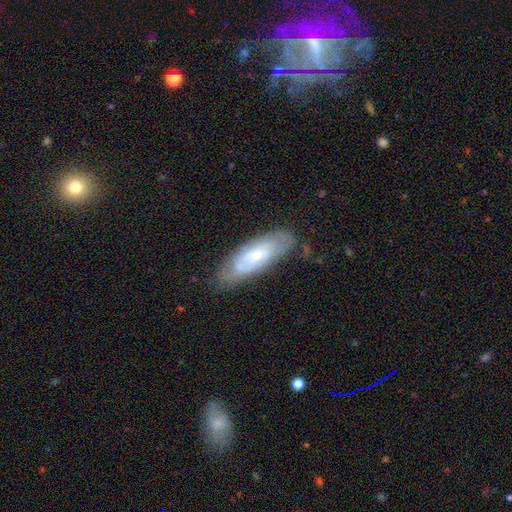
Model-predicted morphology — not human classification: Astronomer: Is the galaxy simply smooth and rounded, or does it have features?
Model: featured or disk — 57% (runner-up: smooth, 36%).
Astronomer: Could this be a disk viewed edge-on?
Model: no — 82%.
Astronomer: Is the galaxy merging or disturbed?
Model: none — 70%.